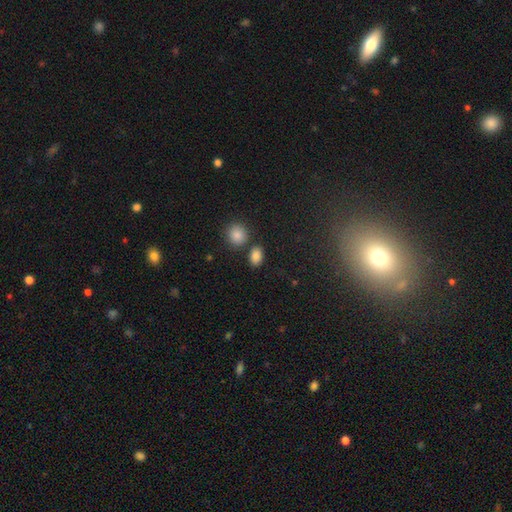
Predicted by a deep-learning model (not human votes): smooth 85%, star or artifact 10%, featured or disk 5%. Down the decision tree: how rounded — in between (79%); merging — none (74%).